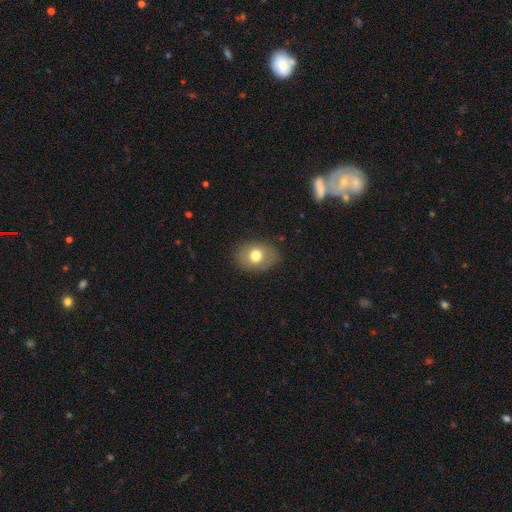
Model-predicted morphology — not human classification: This is likely a smooth galaxy (72%). How rounded: likely in between (67%). Merging: clearly none (84%).